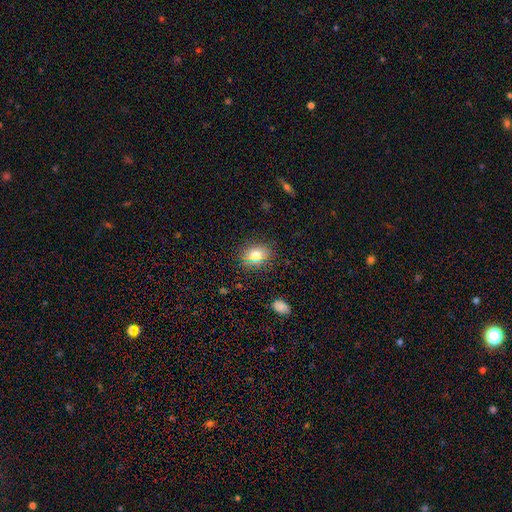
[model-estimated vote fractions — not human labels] smooth_or_featured: smooth (p=0.78) [alt: star or artifact p=0.13]
how_rounded: round (p=0.51) [alt: in between p=0.48]
merging: none (p=0.85) [alt: minor disturbance p=0.11]